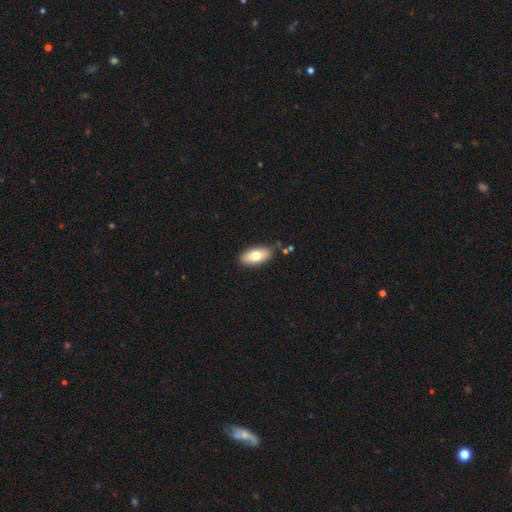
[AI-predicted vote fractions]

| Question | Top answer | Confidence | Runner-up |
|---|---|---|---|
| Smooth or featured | smooth | 76% | featured or disk (17%) |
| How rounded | in between | 89% | cigar-shaped (9%) |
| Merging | none | 83% | minor disturbance (12%) |